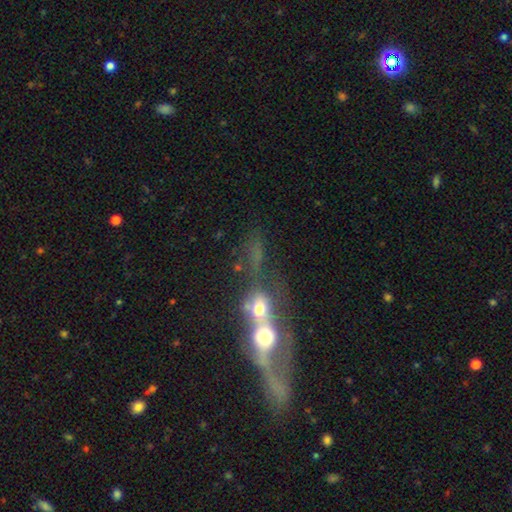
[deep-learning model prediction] This is possibly a featured or disk galaxy (46%). Merging: likely merger (74%).